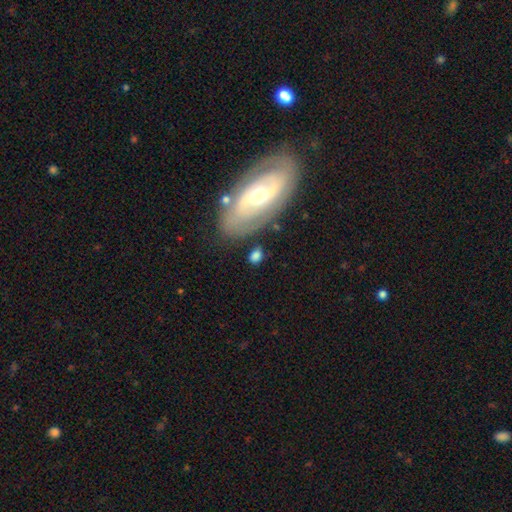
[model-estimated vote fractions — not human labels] This appears to be a smooth galaxy with no disk features (68%) that is in between round and cigar-shaped (73%). Merging: none (67%).